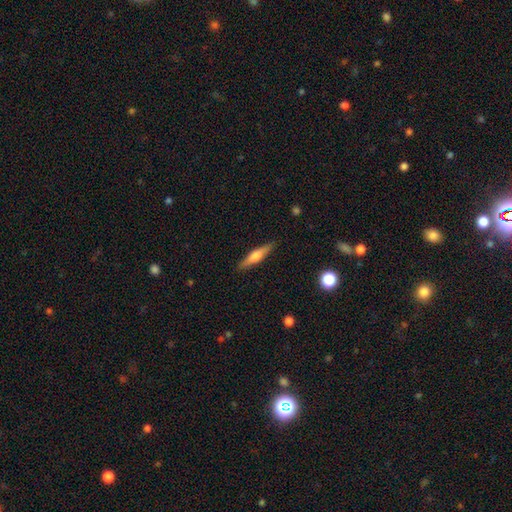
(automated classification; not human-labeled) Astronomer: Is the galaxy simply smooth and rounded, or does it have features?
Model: featured or disk — 52% (runner-up: smooth, 42%).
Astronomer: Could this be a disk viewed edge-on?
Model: yes — 96%.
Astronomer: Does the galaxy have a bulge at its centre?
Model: rounded — 85%.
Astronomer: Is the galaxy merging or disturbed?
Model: none — 90%.